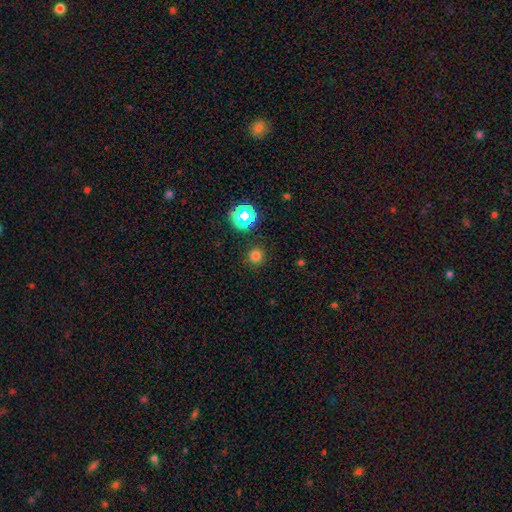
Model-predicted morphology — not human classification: smooth 74%, star or artifact 21%, featured or disk 6%. Down the decision tree: how rounded — round (94%); merging — none (90%).